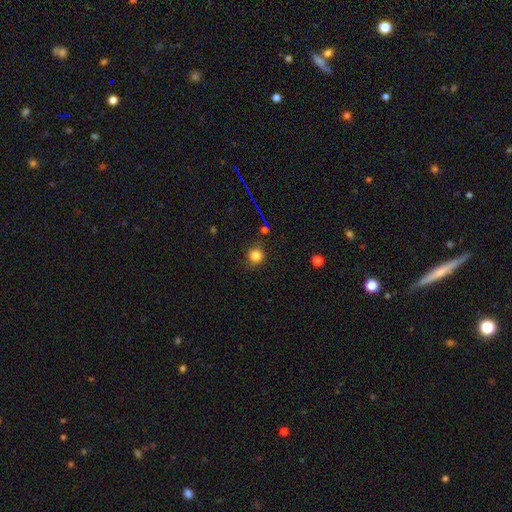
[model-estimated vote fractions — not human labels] Smooth or featured? smooth (80%)
How rounded? round (90%)
Merging? none (82%)